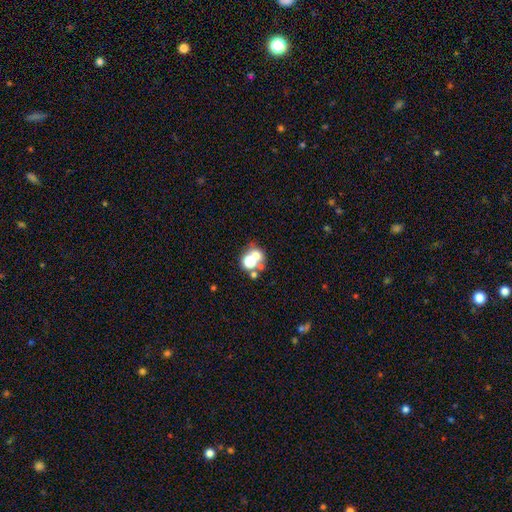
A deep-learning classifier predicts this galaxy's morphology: smooth_or_featured: smooth (p=0.59) [alt: star or artifact p=0.23]
how_rounded: round (p=0.71) [alt: in between p=0.28]
merging: merger (p=0.49) [alt: none p=0.38]